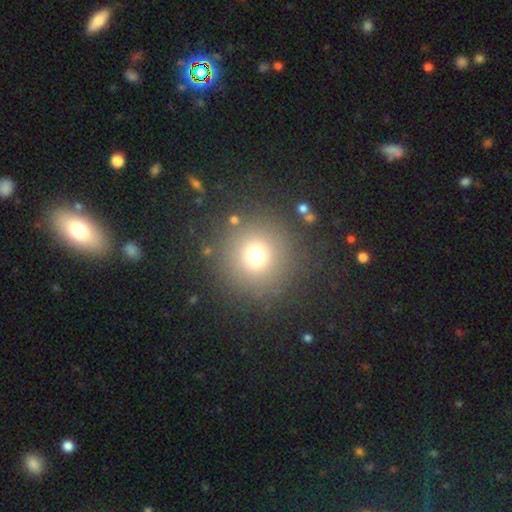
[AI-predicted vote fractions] A smooth galaxy with no disk features (70%) that is round (95%). Merging: none (84%).